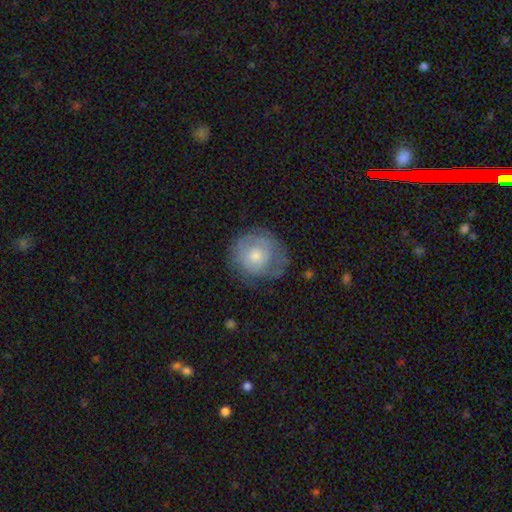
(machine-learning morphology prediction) A smooth galaxy with no disk features (49%). Merging: none (63%).